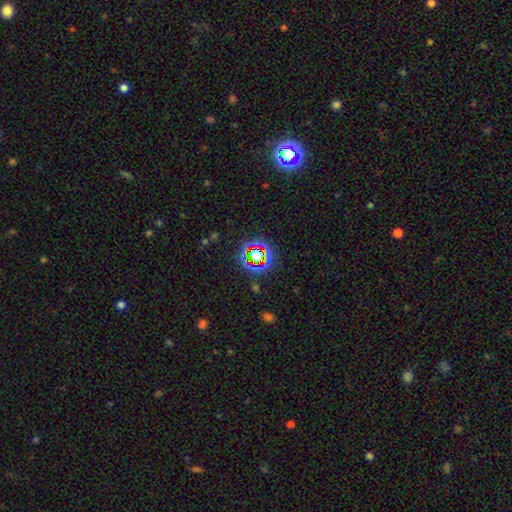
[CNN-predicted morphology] A star or artifact, not a galaxy (69%).

Vote fractions:
- Smooth or featured? star or artifact: 69% / smooth: 19% / featured or disk: 12%